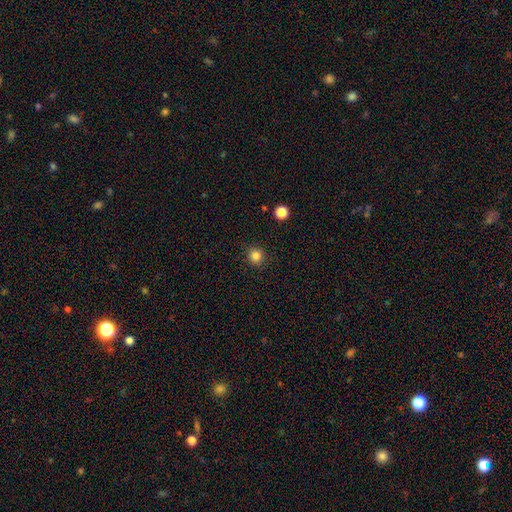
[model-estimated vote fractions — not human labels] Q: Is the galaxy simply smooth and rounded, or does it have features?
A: smooth — 83%.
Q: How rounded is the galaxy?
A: round — 92%.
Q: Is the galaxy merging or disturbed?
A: none — 90%.